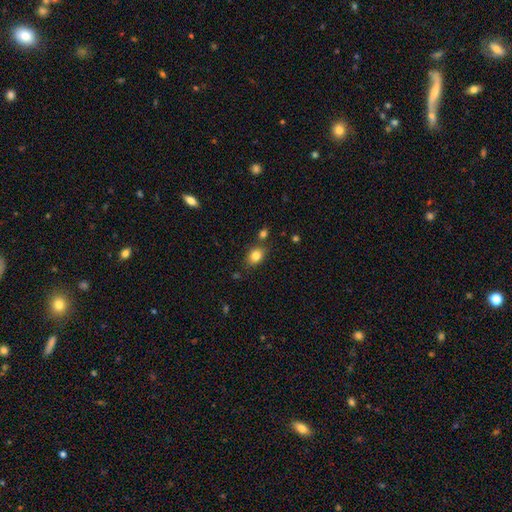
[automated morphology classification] smooth 82%, star or artifact 10%, featured or disk 8%. Down the decision tree: how rounded — in between (62%); merging — none (71%).